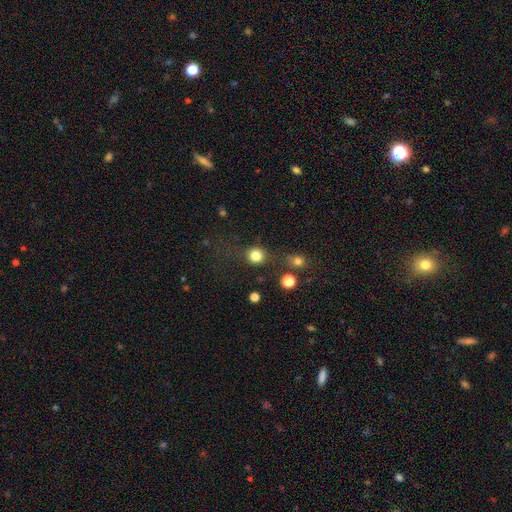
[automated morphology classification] Q: Smooth or featured?
A: smooth (81%); runner-up: star or artifact (12%)
Q: How rounded?
A: round (89%); runner-up: in between (10%)
Q: Merging?
A: none (77%); runner-up: minor disturbance (12%)